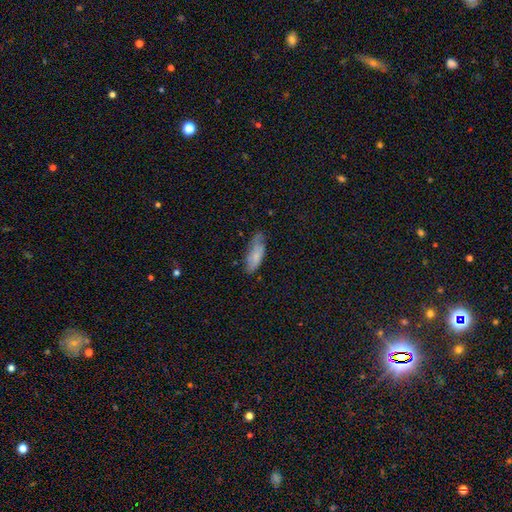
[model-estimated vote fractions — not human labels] smooth 72%, featured or disk 21%, star or artifact 7%. Down the decision tree: how rounded — in between (68%); merging — none (61%).